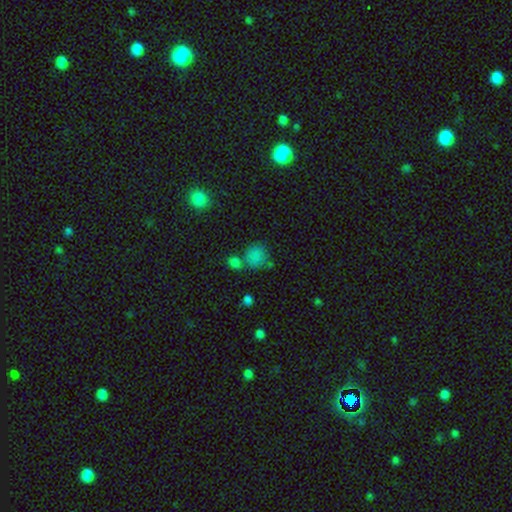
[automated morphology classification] smooth 79%, star or artifact 15%, featured or disk 6%. Down the decision tree: how rounded — round (78%); merging — none (58%).